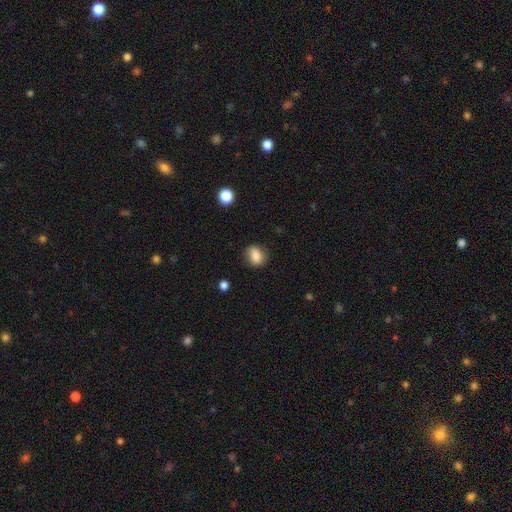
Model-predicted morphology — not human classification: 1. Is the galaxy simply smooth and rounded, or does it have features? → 83% smooth, 9% star or artifact, 8% featured or disk.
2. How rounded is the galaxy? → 53% in between, 46% round, 1% cigar-shaped.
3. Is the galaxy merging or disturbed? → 76% none, 18% minor disturbance, 5% major disturbance, 1% merger.